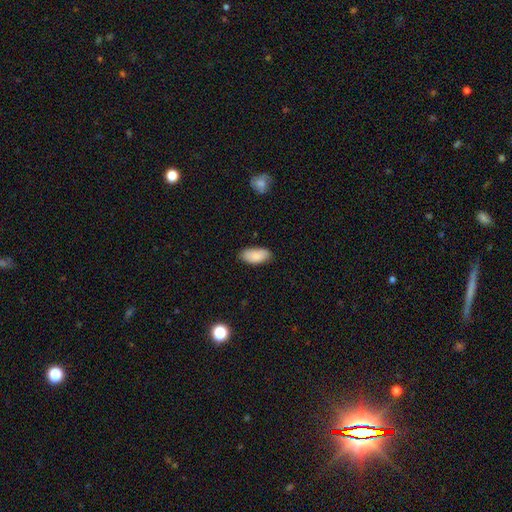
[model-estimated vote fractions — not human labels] Smooth or featured?
  - smooth: 88% *
  - star or artifact: 7%
  - featured or disk: 5%
How rounded?
  - in between: 93% *
  - cigar-shaped: 5%
  - round: 2%
Merging?
  - none: 79% *
  - minor disturbance: 17%
  - major disturbance: 3%
  - merger: 1%